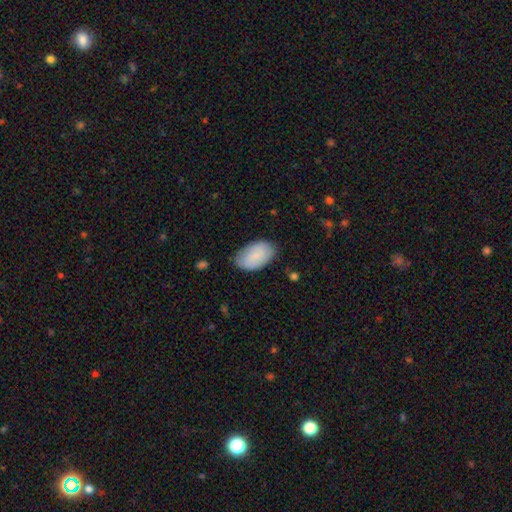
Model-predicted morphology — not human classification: Smooth or featured? Predicted: smooth (p=0.80). How rounded? Predicted: in between (p=0.94). Merging? Predicted: none (p=0.76).